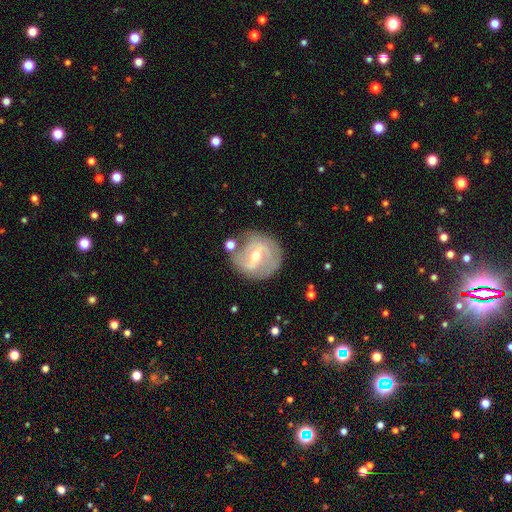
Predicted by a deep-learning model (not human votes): This appears to be a featured or disk galaxy (77%) with a weak bar (47%), 2 (61%) tight (41%) spiral arms (81%) and a moderate central bulge (64%). Merging: none (72%).